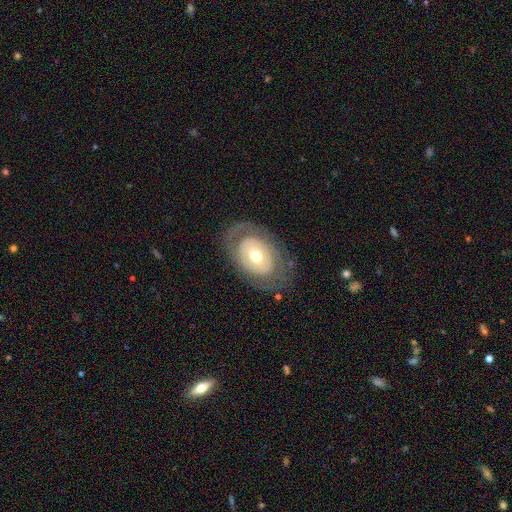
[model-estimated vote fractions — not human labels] A featured or disk galaxy (59%) with no bar (80%), no spiral arms (69%) and a moderate central bulge (61%). Merging: none (73%).